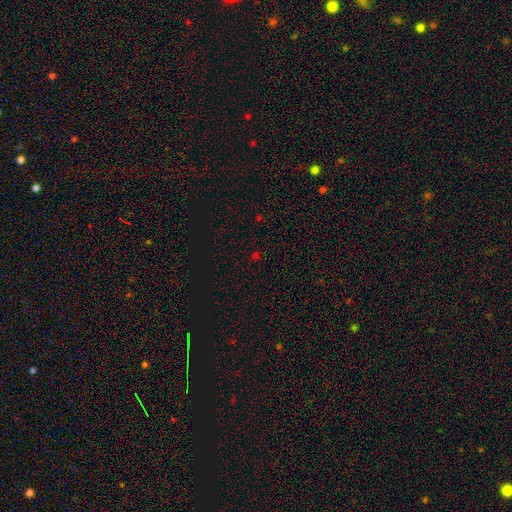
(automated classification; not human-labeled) Smooth or featured? star or artifact (63%)